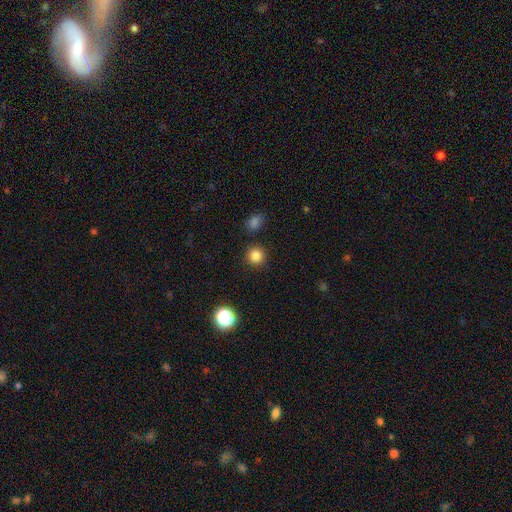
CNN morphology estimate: smooth 83%, star or artifact 13%, featured or disk 4%. Down the decision tree: how rounded — round (94%); merging — none (89%).